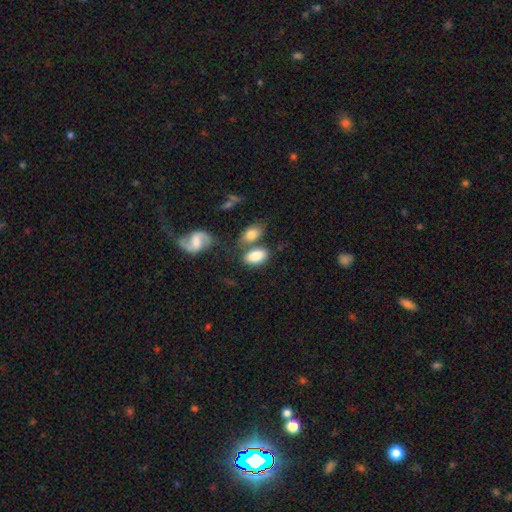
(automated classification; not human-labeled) The model was most divided on "merging": none: 56%, merger: 23%, minor disturbance: 15%, major disturbance: 6%. More confident: how rounded — in between (91%); smooth or featured — smooth (82%).